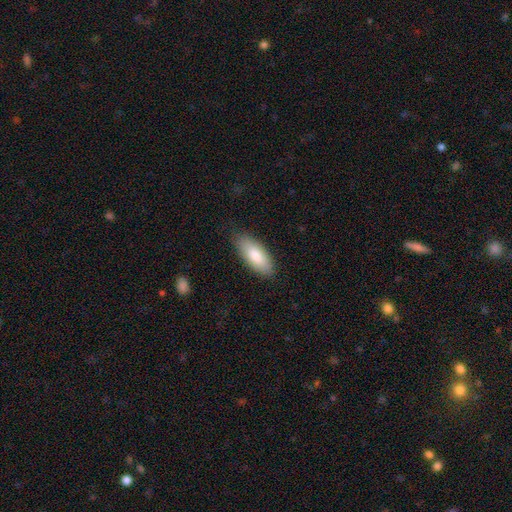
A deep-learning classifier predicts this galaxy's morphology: Overall: smooth (83%). How rounded: in between (82%). Merging: none (83%).